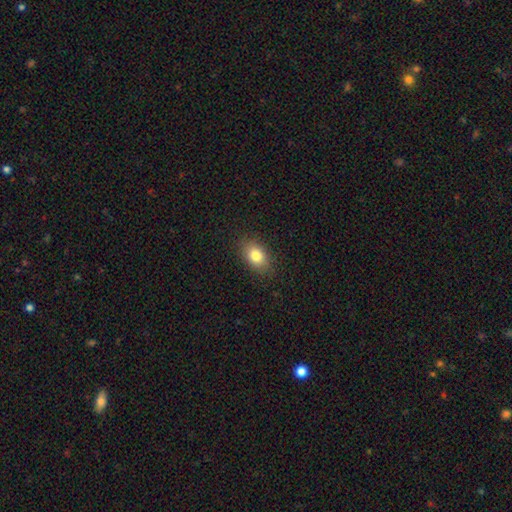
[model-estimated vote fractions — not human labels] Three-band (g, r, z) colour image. It shows a smooth galaxy with no disk features (81%) that is in between round and cigar-shaped (82%). Merging: none (87%).